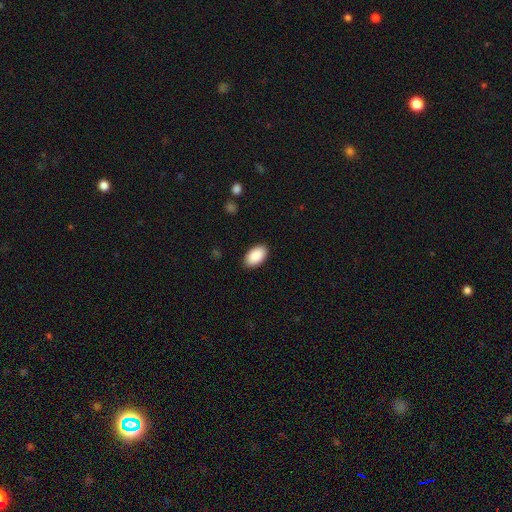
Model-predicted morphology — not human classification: This appears to be a smooth galaxy with no disk features (91%) that is in between round and cigar-shaped (95%). Merging: none (89%).